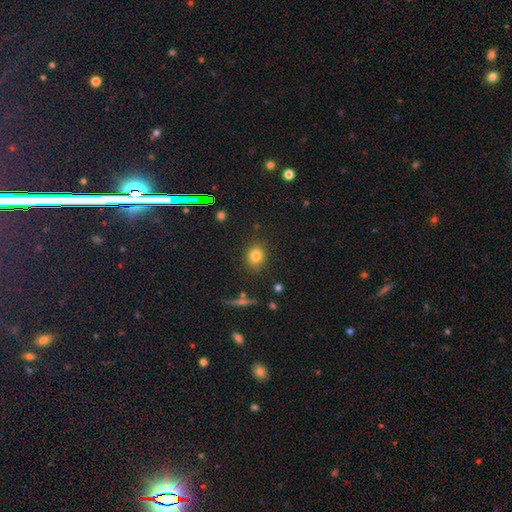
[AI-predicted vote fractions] Q: Smooth or featured?
A: smooth (79%); runner-up: star or artifact (13%)
Q: How rounded?
A: round (73%); runner-up: in between (25%)
Q: Merging?
A: none (85%); runner-up: minor disturbance (10%)